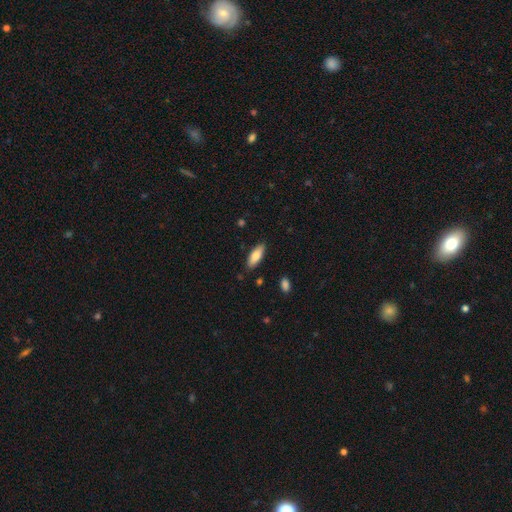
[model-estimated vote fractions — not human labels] smooth_or_featured: smooth (p=0.78) [alt: featured or disk p=0.16]
how_rounded: in between (p=0.66) [alt: cigar-shaped p=0.32]
merging: none (p=0.85) [alt: minor disturbance p=0.11]